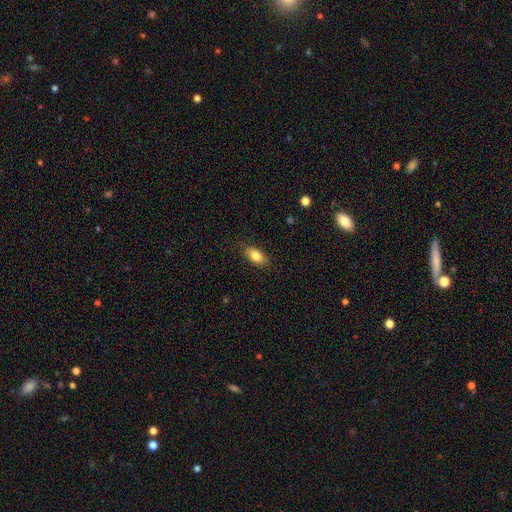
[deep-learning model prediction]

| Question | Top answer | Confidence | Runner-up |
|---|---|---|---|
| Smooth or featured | smooth | 82% | featured or disk (11%) |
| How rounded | in between | 87% | cigar-shaped (7%) |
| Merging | none | 84% | minor disturbance (12%) |